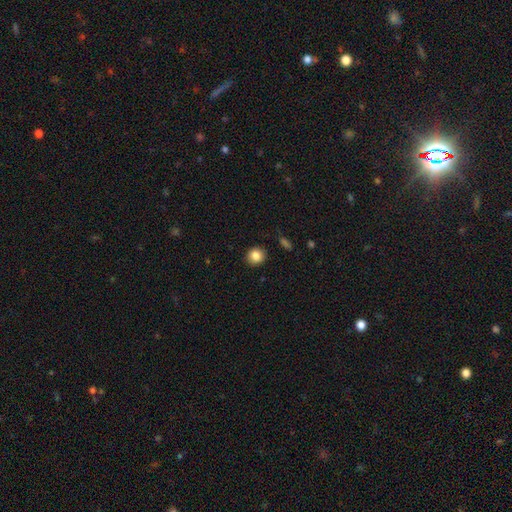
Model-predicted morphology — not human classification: Smooth or featured? Predicted: smooth (p=0.86). How rounded? Predicted: round (p=0.86). Merging? Predicted: none (p=0.89).